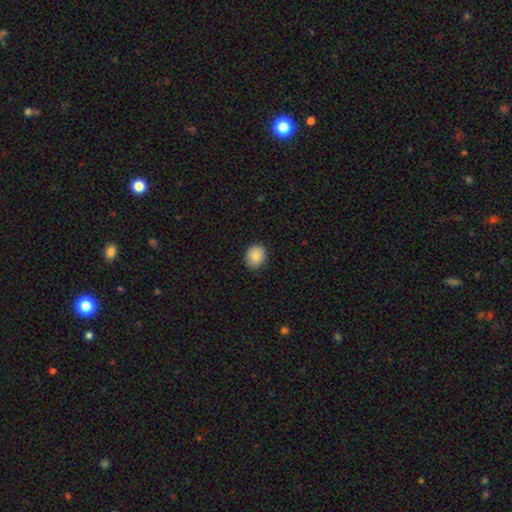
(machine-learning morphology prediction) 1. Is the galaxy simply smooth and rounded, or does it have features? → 87% smooth, 8% star or artifact, 5% featured or disk.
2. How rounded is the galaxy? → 59% round, 41% in between, 1% cigar-shaped.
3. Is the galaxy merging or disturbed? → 87% none, 10% minor disturbance, 2% major disturbance, 1% merger.